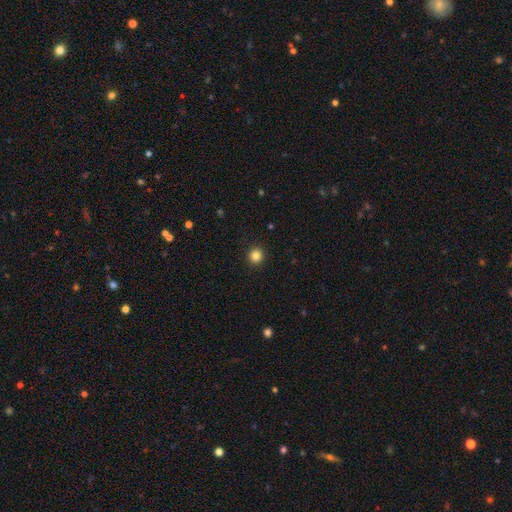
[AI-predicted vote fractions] smooth-or-featured: smooth: 85% | star or artifact: 11% | featured or disk: 4%
  how-rounded: round: 94% | in between: 5% | cigar-shaped: 1%
  merging: none: 93% | minor disturbance: 4% | major disturbance: 2% | merger: 1%